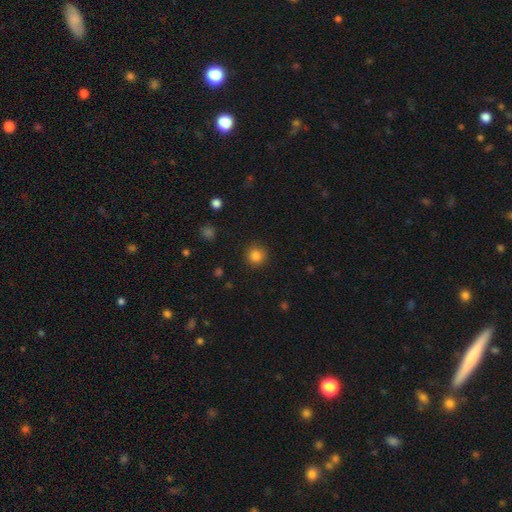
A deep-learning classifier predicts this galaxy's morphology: The model was most divided on "smooth or featured": smooth: 84%, star or artifact: 12%, featured or disk: 4%. More confident: how rounded — round (93%); merging — none (89%).